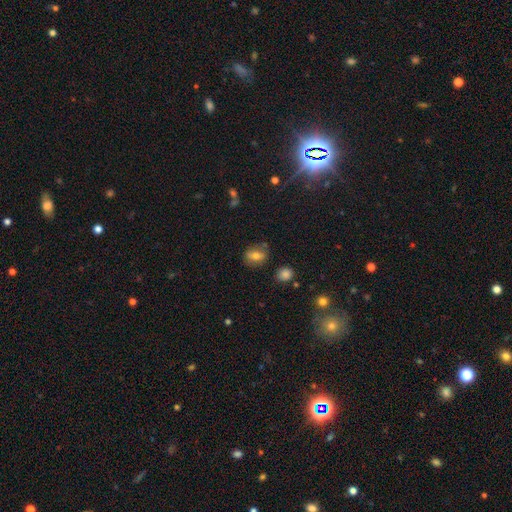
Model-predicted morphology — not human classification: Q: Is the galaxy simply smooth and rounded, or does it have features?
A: smooth — 69%.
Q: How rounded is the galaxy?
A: in between — 61%.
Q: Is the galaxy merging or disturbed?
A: none — 73%.